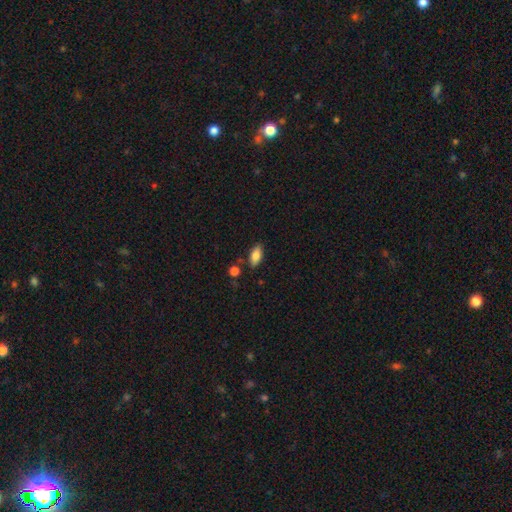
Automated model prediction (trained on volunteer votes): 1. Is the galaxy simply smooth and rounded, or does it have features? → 82% smooth, 11% featured or disk, 7% star or artifact.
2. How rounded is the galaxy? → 89% in between, 8% cigar-shaped, 3% round.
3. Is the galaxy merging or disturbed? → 80% none, 12% minor disturbance, 5% merger, 3% major disturbance.